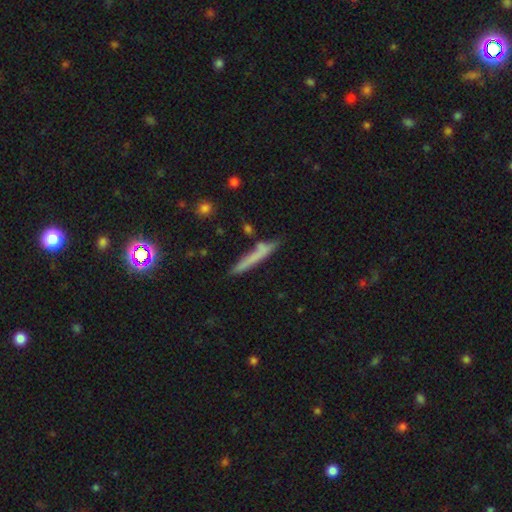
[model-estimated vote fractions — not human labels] This appears to be a smooth galaxy with no disk features (63%) that is cigar-shaped (94%). Merging: none (73%).